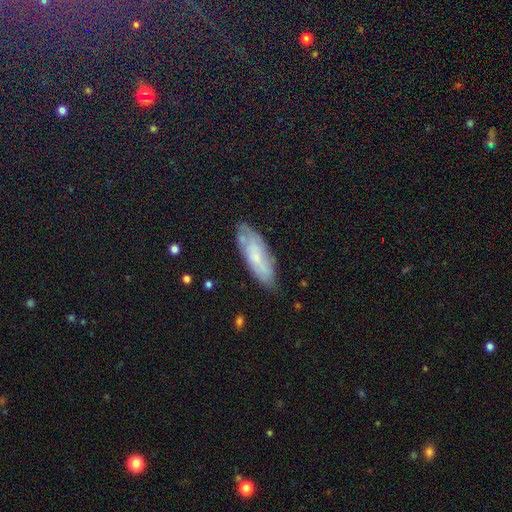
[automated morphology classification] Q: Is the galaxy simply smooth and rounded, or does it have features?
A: smooth — 49%.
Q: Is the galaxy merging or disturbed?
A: none — 74%.